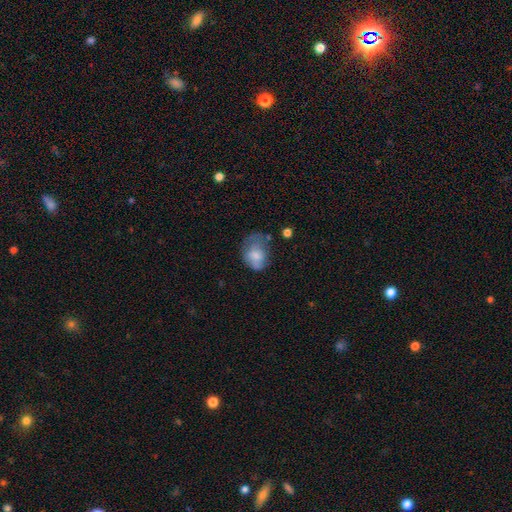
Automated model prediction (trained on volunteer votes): Smooth or featured: smooth — 68% (featured or disk — 24%)
How rounded: in between — 74% (round — 25%)
Merging: minor disturbance — 34% (major disturbance — 31%)